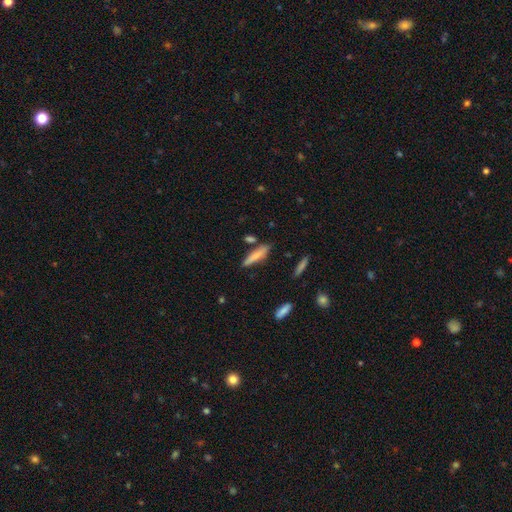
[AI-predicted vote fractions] smooth_or_featured: smooth (p=0.73) [alt: featured or disk p=0.21]
how_rounded: cigar-shaped (p=0.79) [alt: in between p=0.19]
merging: none (p=0.74) [alt: minor disturbance p=0.15]